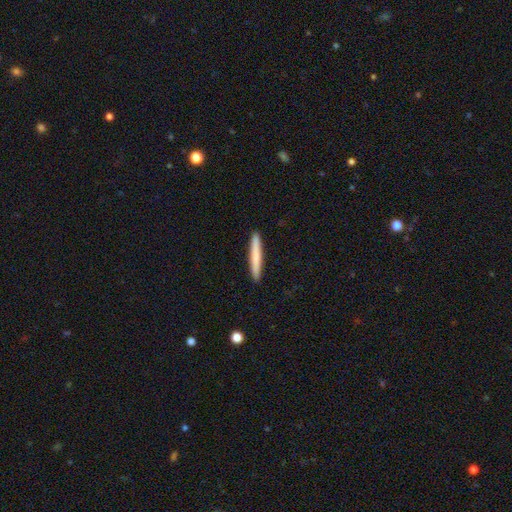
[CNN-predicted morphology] smooth_or_featured: smooth (p=0.74) [alt: featured or disk p=0.21]
how_rounded: cigar-shaped (p=0.96) [alt: in between p=0.03]
merging: none (p=0.93) [alt: minor disturbance p=0.05]